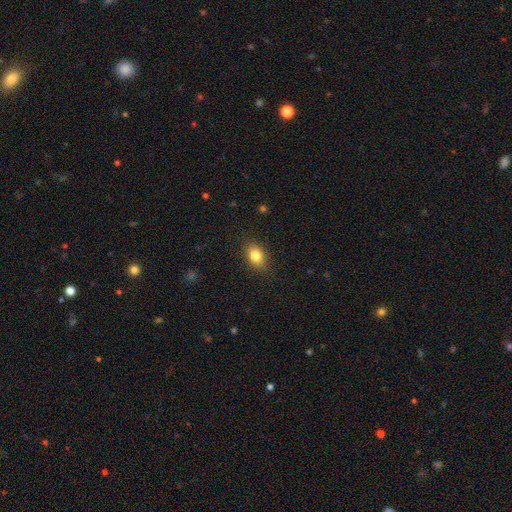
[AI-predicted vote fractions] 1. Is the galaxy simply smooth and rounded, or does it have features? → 81% smooth, 9% featured or disk, 9% star or artifact.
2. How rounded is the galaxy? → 76% in between, 21% round, 2% cigar-shaped.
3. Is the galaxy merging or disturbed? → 85% none, 11% minor disturbance, 3% major disturbance, 1% merger.